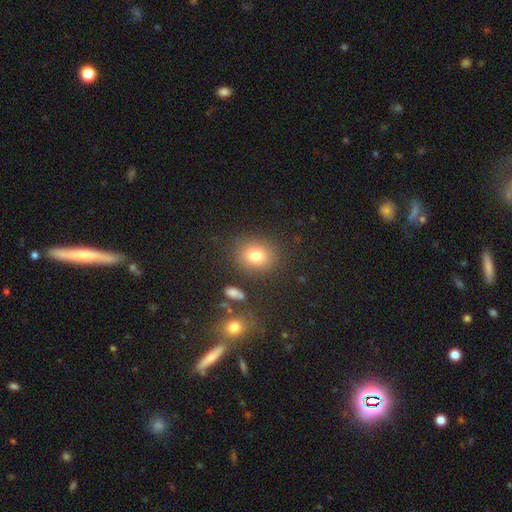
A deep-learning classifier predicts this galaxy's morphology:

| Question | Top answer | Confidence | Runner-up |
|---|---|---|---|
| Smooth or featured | smooth | 78% | star or artifact (13%) |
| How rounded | round | 68% | in between (31%) |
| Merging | none | 84% | minor disturbance (9%) |